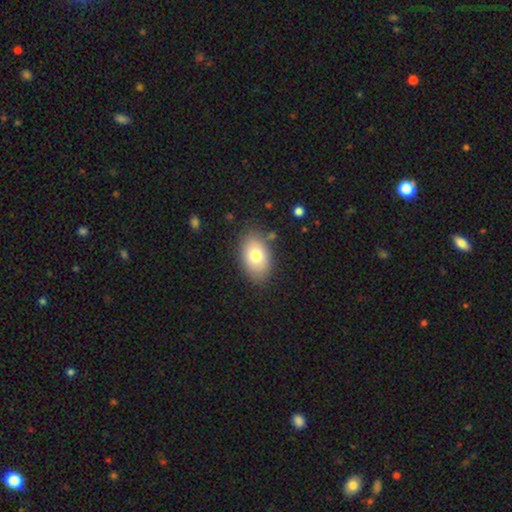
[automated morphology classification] smooth 74%, featured or disk 18%, star or artifact 8%. Down the decision tree: how rounded — in between (87%); merging — none (83%).